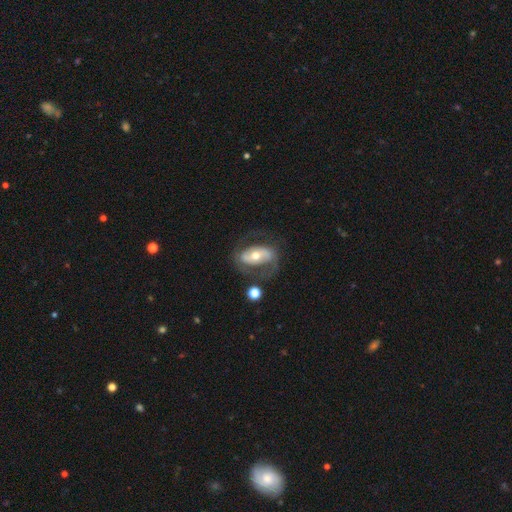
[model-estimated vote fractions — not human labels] featured or disk 75%, smooth 20%, star or artifact 6%. Down the decision tree: edge-on disk — no (95%); bar — no (37%); spiral arms — yes (76%); spiral arm count — 2 (83%); spiral winding — medium (45%); bulge size — moderate (69%); merging — none (62%).